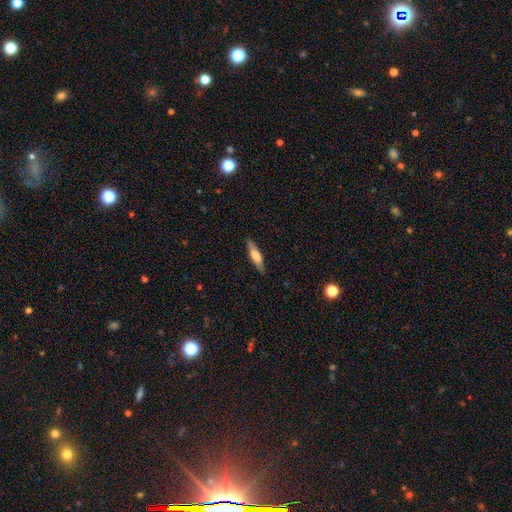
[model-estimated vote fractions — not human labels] Q: Smooth or featured?
A: smooth (62%); runner-up: featured or disk (32%)
Q: How rounded?
A: cigar-shaped (73%); runner-up: in between (25%)
Q: Merging?
A: none (86%); runner-up: minor disturbance (11%)